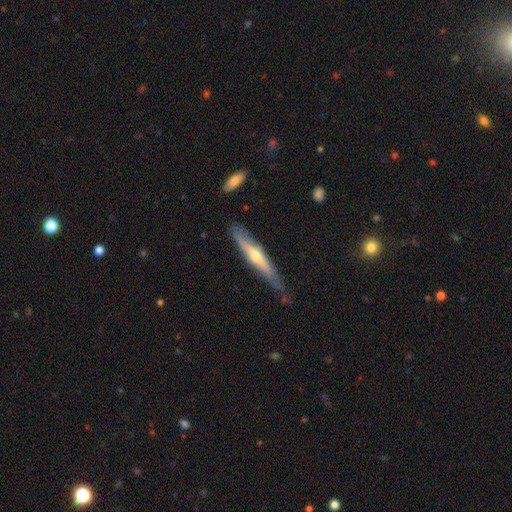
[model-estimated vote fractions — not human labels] Q: Smooth or featured?
A: featured or disk (60%); runner-up: smooth (35%)
Q: Edge-on disk?
A: yes (90%); runner-up: no (10%)
Q: Edge-on bulge?
A: rounded (82%); runner-up: none (15%)
Q: Merging?
A: none (74%); runner-up: minor disturbance (20%)